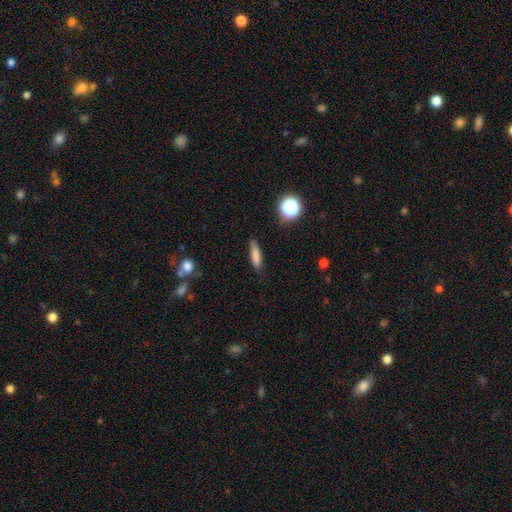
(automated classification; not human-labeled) Smooth or featured? smooth (80%)
How rounded? cigar-shaped (72%)
Merging? none (81%)